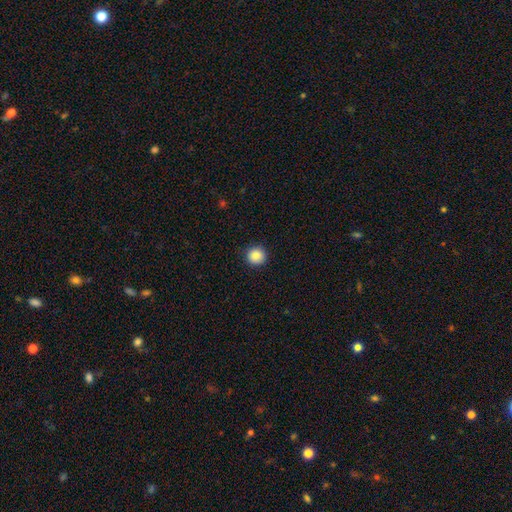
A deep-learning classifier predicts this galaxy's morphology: Smooth or featured: smooth — 88% (star or artifact — 9%)
How rounded: round — 94% (in between — 5%)
Merging: none — 92% (minor disturbance — 6%)